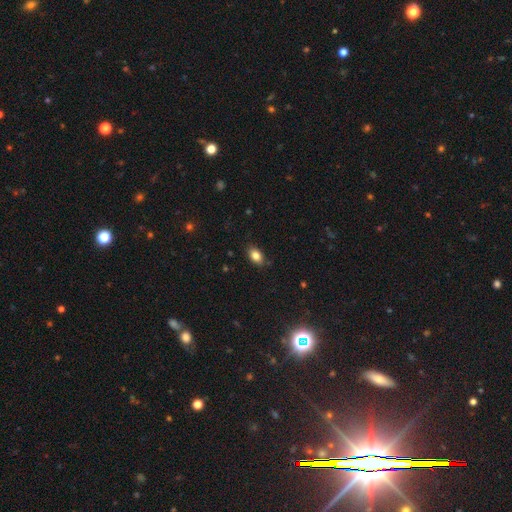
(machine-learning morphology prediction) Smooth or featured? Predicted: smooth (p=0.83). How rounded? Predicted: in between (p=0.85). Merging? Predicted: none (p=0.84).